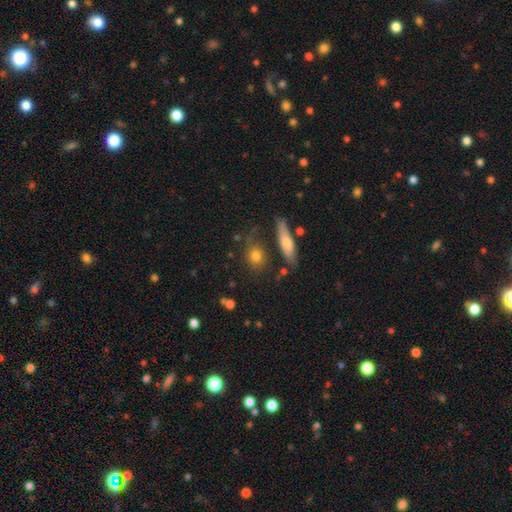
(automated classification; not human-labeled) smooth_or_featured: smooth (p=0.76) [alt: featured or disk p=0.13]
how_rounded: round (p=0.55) [alt: in between p=0.35]
merging: none (p=0.70) [alt: minor disturbance p=0.15]